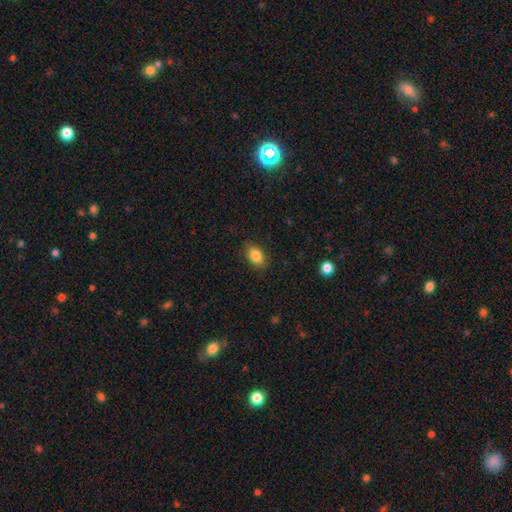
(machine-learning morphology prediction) Q: Smooth or featured?
A: smooth (85%); runner-up: star or artifact (8%)
Q: How rounded?
A: in between (86%); runner-up: round (12%)
Q: Merging?
A: none (86%); runner-up: minor disturbance (10%)